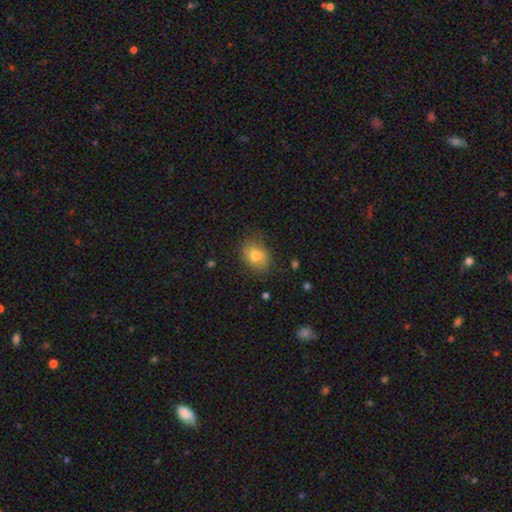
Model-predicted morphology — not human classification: Overall: smooth (76%). How rounded: in between (60%; round 39%). Merging: none (75%).